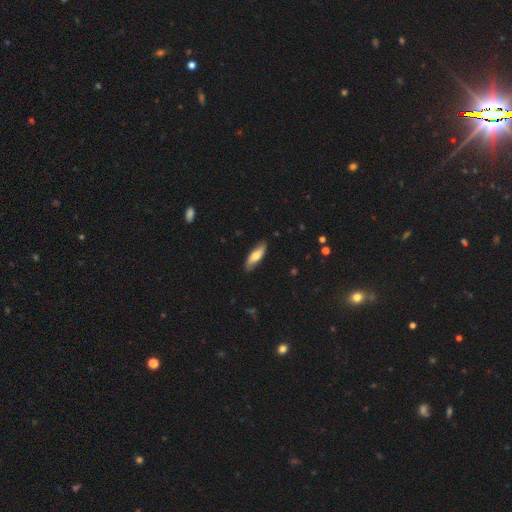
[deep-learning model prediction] The model was most divided on "how rounded": in between: 50%, cigar-shaped: 47%, round: 2%. More confident: merging — none (84%); smooth or featured — smooth (63%).